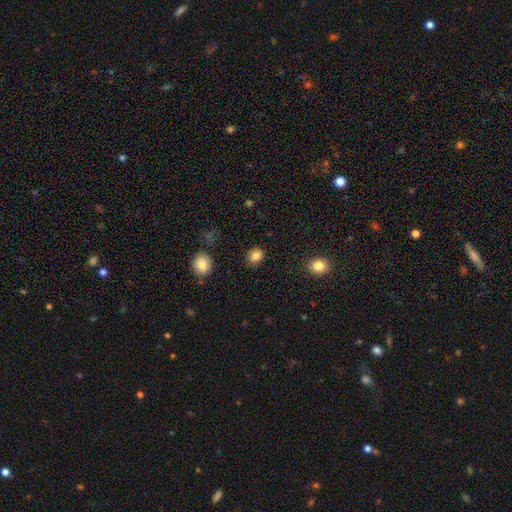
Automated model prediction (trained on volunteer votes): smooth-or-featured: smooth: 85% | star or artifact: 11% | featured or disk: 4%
  how-rounded: round: 65% | in between: 34% | cigar-shaped: 1%
  merging: none: 86% | minor disturbance: 9% | major disturbance: 3% | merger: 2%